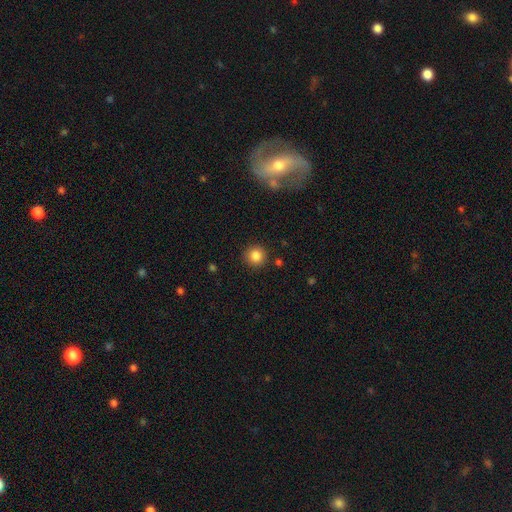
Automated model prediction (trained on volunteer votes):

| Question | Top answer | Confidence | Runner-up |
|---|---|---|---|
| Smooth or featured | smooth | 85% | star or artifact (10%) |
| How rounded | round | 94% | in between (5%) |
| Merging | none | 90% | minor disturbance (6%) |